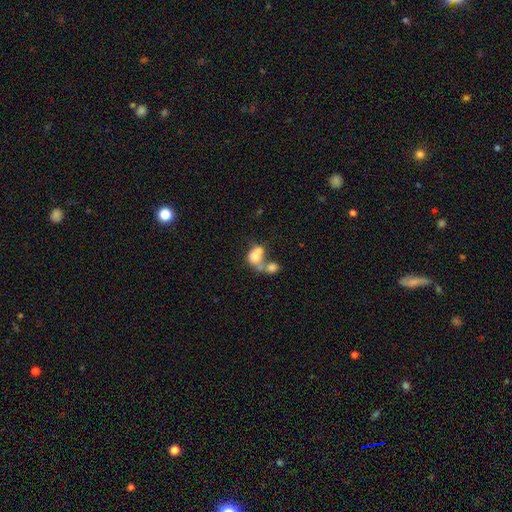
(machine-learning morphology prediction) Smooth or featured? Predicted: smooth (p=0.67). How rounded? Predicted: in between (p=0.66). Merging? Predicted: merger (p=0.67).